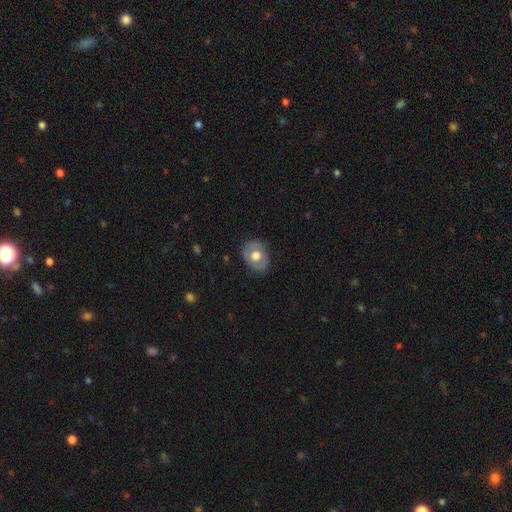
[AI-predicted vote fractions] A smooth galaxy with no disk features (56%) that is in between round and cigar-shaped (58%).

Vote fractions:
- Smooth or featured? smooth: 56% / featured or disk: 37% / star or artifact: 7%
- How rounded? in between: 58% / round: 41% / cigar-shaped: 1%
- Merging? none: 79% / minor disturbance: 16% / major disturbance: 4% / merger: 1%